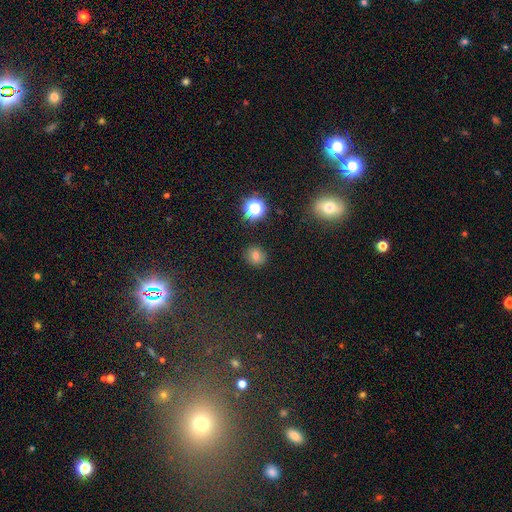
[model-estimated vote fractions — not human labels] Q: Smooth or featured?
A: smooth (71%); runner-up: star or artifact (19%)
Q: How rounded?
A: round (84%); runner-up: in between (15%)
Q: Merging?
A: none (88%); runner-up: minor disturbance (8%)